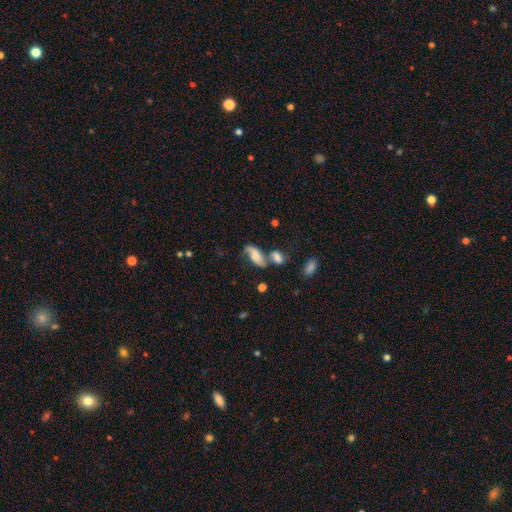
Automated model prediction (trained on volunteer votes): A featured or disk galaxy (61%) with no bar (59%), spiral arms (89%) and a moderate central bulge (30%). Merging: none (38%).